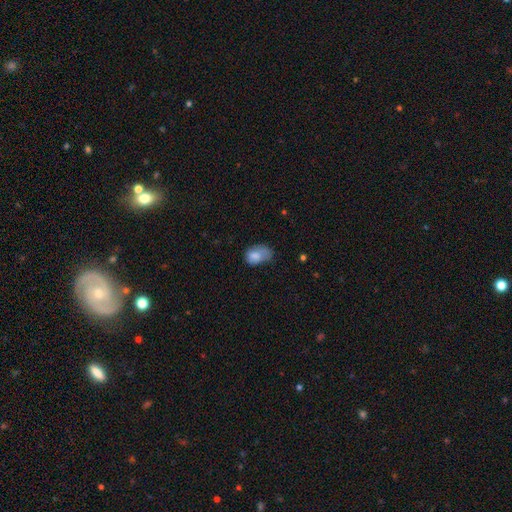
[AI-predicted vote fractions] Q: Smooth or featured?
A: smooth (75%); runner-up: featured or disk (16%)
Q: How rounded?
A: in between (82%); runner-up: round (17%)
Q: Merging?
A: minor disturbance (40%); runner-up: none (28%)